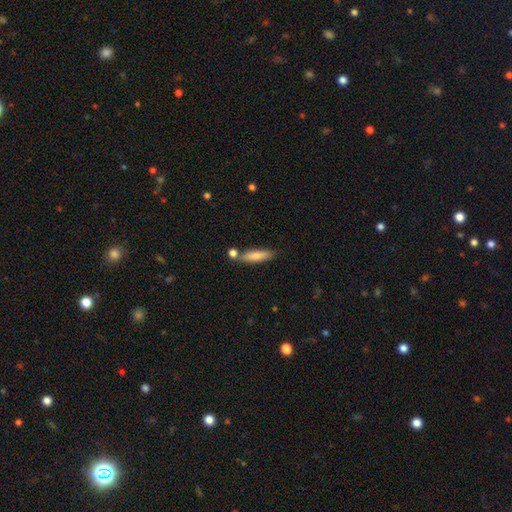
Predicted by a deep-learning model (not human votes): Smooth or featured: smooth — 77% (featured or disk — 17%)
How rounded: cigar-shaped — 69% (in between — 29%)
Merging: none — 72% (minor disturbance — 13%)